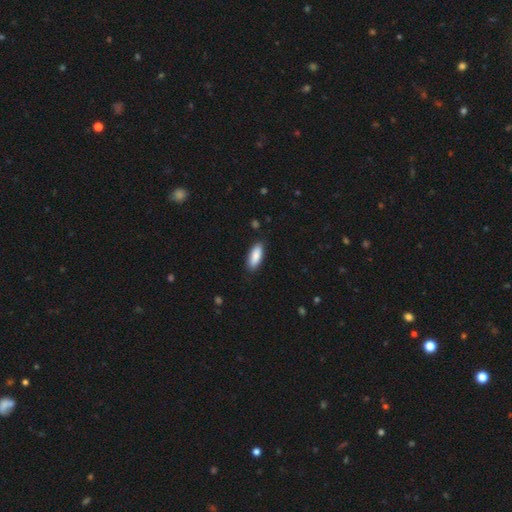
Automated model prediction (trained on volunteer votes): Smooth or featured? Predicted: smooth (p=0.87). How rounded? Predicted: in between (p=0.75). Merging? Predicted: none (p=0.86).